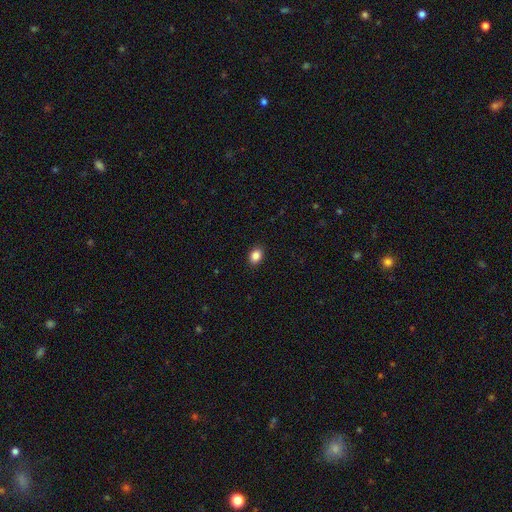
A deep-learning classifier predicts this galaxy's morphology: Smooth or featured? Predicted: smooth (p=0.87). How rounded? Predicted: in between (p=0.70). Merging? Predicted: none (p=0.90).